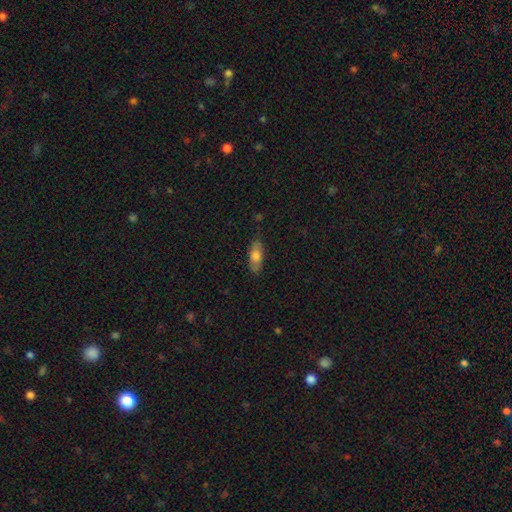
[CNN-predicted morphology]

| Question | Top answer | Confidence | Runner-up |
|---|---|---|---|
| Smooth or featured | smooth | 73% | featured or disk (20%) |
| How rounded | in between | 74% | cigar-shaped (23%) |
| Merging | none | 79% | minor disturbance (16%) |